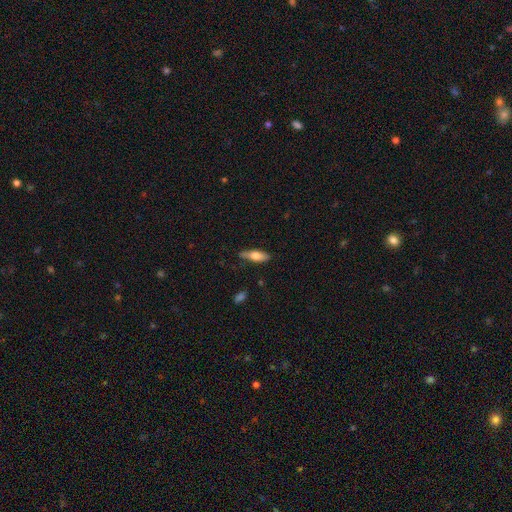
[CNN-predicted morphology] A smooth galaxy with no disk features (65%) that is cigar-shaped (49%).

Vote fractions:
- Smooth or featured? smooth: 65% / featured or disk: 29% / star or artifact: 6%
- How rounded? cigar-shaped: 49% / in between: 48% / round: 2%
- Merging? none: 80% / minor disturbance: 16% / major disturbance: 3% / merger: 2%